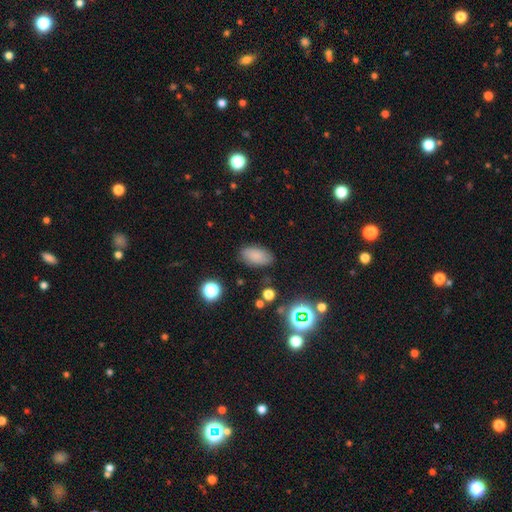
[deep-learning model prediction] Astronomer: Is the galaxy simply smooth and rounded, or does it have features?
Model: smooth — 81%.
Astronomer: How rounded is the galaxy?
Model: in between — 92%.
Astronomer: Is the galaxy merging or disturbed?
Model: none — 81%.